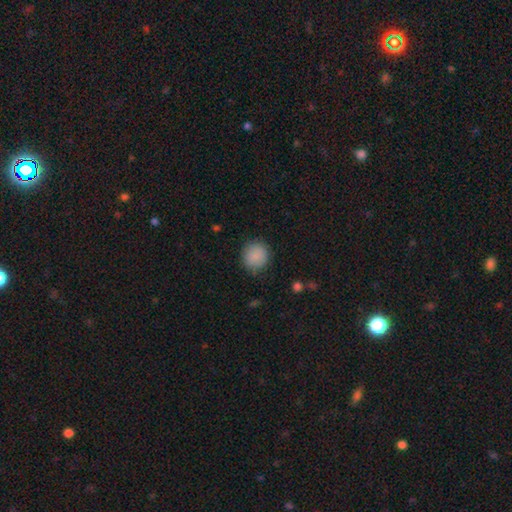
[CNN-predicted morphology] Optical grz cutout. It shows a smooth galaxy with no disk features (87%) that is round (89%). Merging: none (85%).